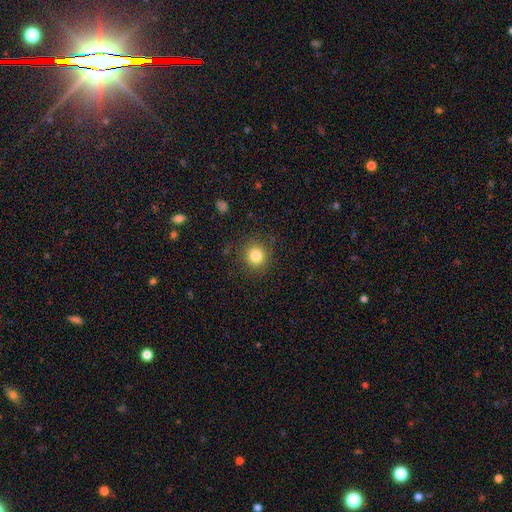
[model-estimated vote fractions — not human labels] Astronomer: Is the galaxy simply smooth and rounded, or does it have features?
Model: smooth — 83%.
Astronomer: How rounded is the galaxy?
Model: round — 89%.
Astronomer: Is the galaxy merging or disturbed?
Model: none — 88%.